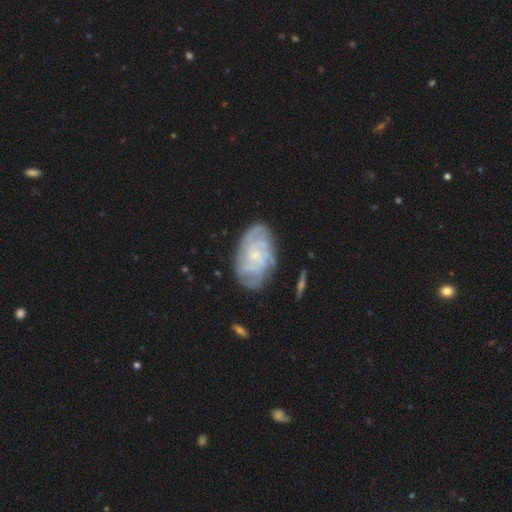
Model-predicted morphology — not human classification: Smooth or featured? featured or disk (77%)
Edge-on disk? no (96%)
Bar? no (69%)
Spiral arms? yes (91%)
Spiral winding? tight (60%)
Spiral arm count? can't tell (41%)
Bulge size? small (70%)
Merging? none (72%)